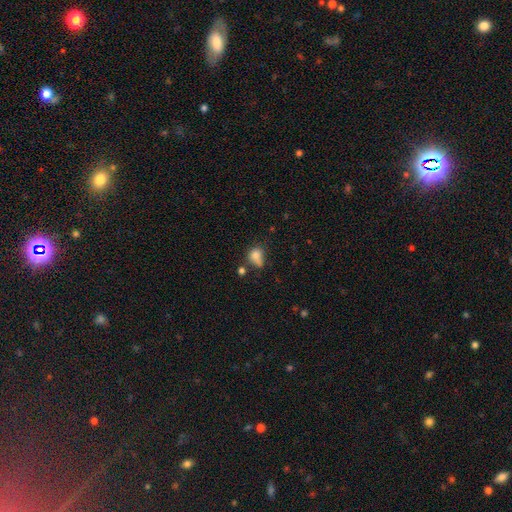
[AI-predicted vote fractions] Smooth or featured: smooth — 78% (star or artifact — 12%)
How rounded: round — 57% (in between — 42%)
Merging: none — 40% (minor disturbance — 27%)